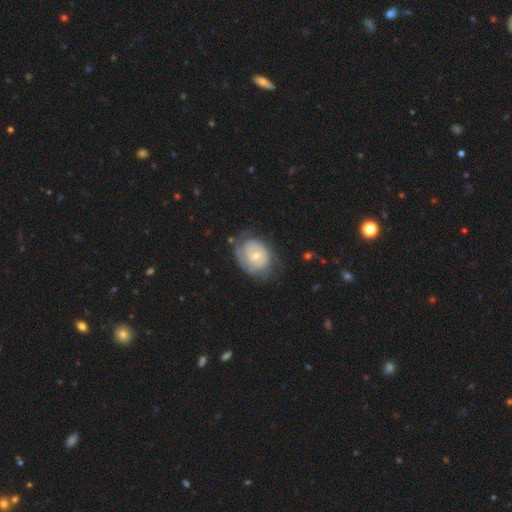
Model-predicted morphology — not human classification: A featured or disk galaxy (70%) with no bar (64%), tight (68%) spiral arms (78%) and a small central bulge (51%). Merging: none (61%).